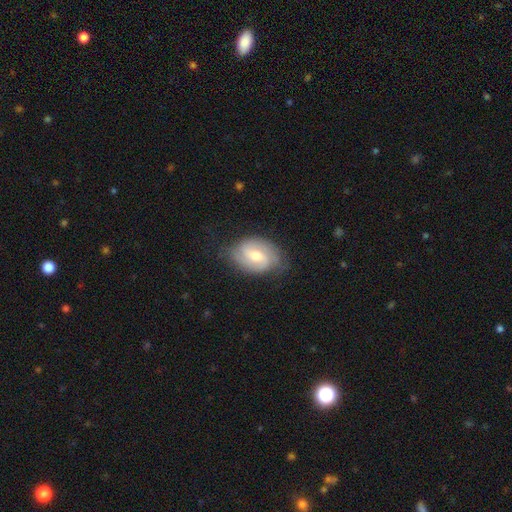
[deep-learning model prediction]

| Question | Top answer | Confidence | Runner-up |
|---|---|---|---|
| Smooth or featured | featured or disk | 72% | smooth (22%) |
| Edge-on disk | no | 96% | yes (4%) |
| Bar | weak | 50% | no (37%) |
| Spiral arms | yes | 91% | no (9%) |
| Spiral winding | tight | 44% | medium (41%) |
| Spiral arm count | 2 | 63% | can't tell (17%) |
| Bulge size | moderate | 69% | small (24%) |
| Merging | none | 71% | minor disturbance (21%) |